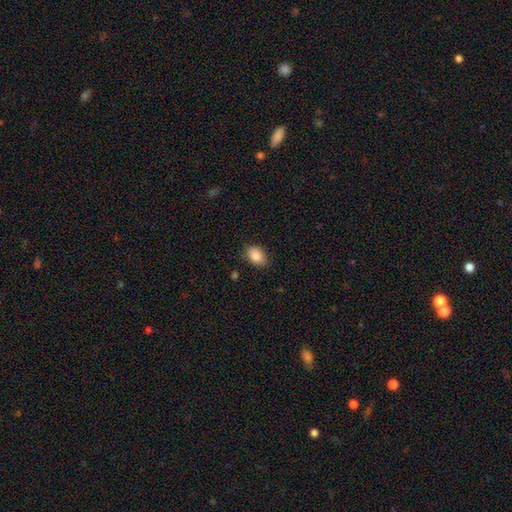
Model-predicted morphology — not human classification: A smooth galaxy with no disk features (87%) that is in between round and cigar-shaped (82%). Merging: none (82%).